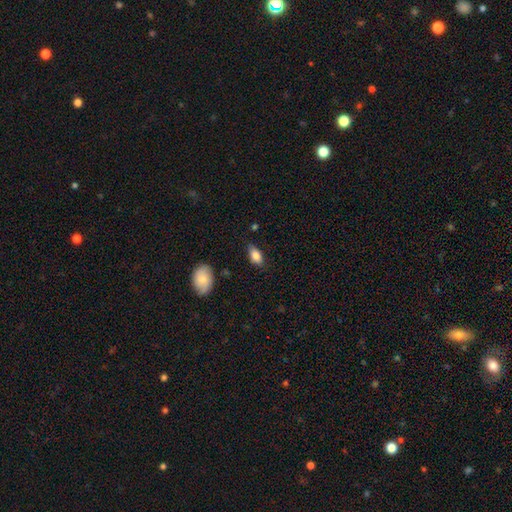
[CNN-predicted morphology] This is clearly a smooth galaxy (84%). How rounded: clearly in between (90%). Merging: likely none (76%).